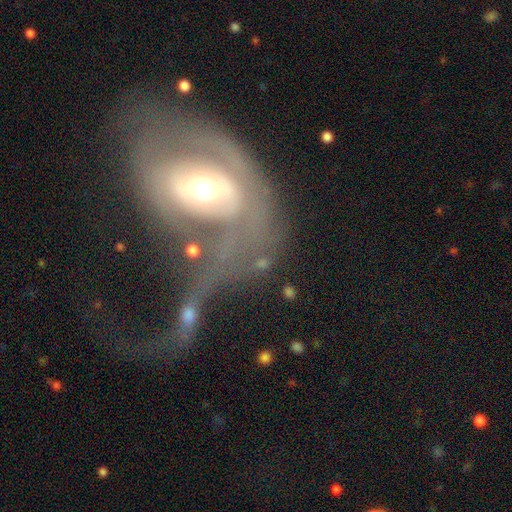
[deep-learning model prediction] Morphology: type=featured or disk (69%); edge-on=no (94%); bar=no (54%); spiral arms=yes (54%); bulge=moderate (70%); merging=major disturbance (48%).